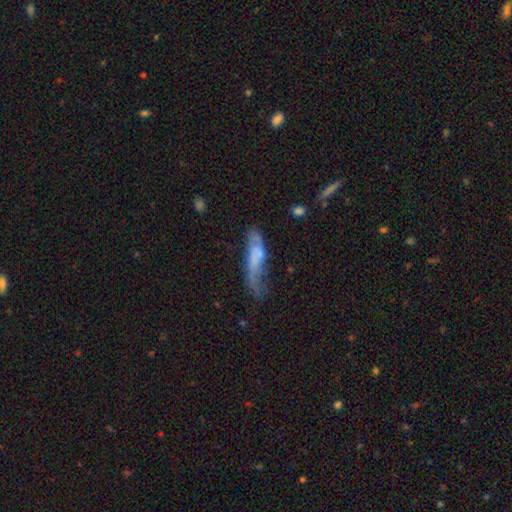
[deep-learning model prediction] This appears to be a smooth galaxy with no disk features (55%) that is cigar-shaped (67%). Merging: major disturbance (35%).